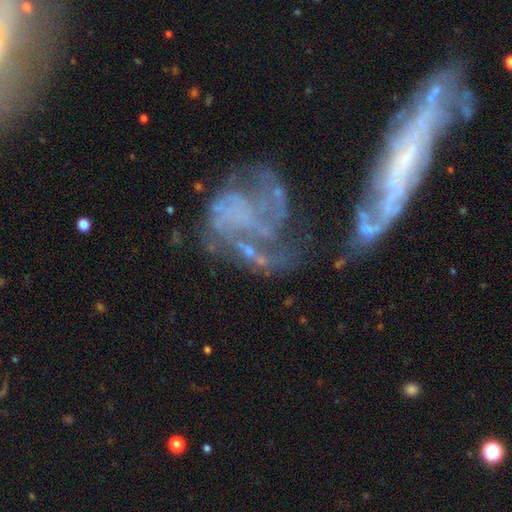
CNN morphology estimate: Smooth or featured?
  - featured or disk: 73% *
  - smooth: 15%
  - star or artifact: 12%
Edge-on disk?
  - no: 98% *
  - yes: 2%
Bar?
  - no: 76% *
  - weak: 17%
  - strong: 6%
Spiral arms?
  - yes: 62% *
  - no: 38%
Bulge size?
  - none: 75% *
  - small: 13%
  - moderate: 8%
  - large: 2%
  - dominant: 1%
Merging?
  - major disturbance: 36% *
  - none: 31%
  - merger: 17%
  - minor disturbance: 16%